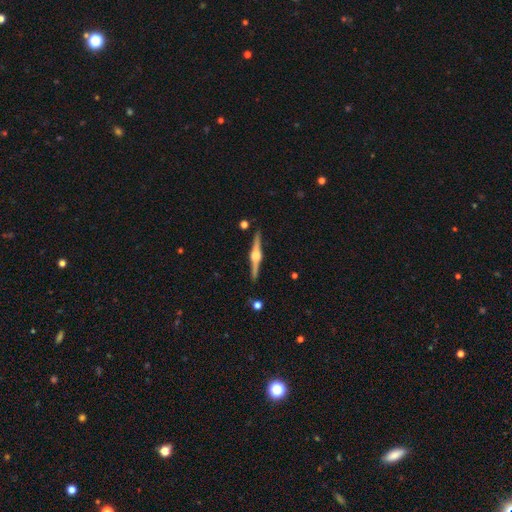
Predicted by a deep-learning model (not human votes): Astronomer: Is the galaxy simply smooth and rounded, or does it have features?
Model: featured or disk — 87%.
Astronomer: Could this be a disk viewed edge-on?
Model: yes — 99%.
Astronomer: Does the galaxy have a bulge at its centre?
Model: rounded — 92%.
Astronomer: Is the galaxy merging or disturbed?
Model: none — 91%.